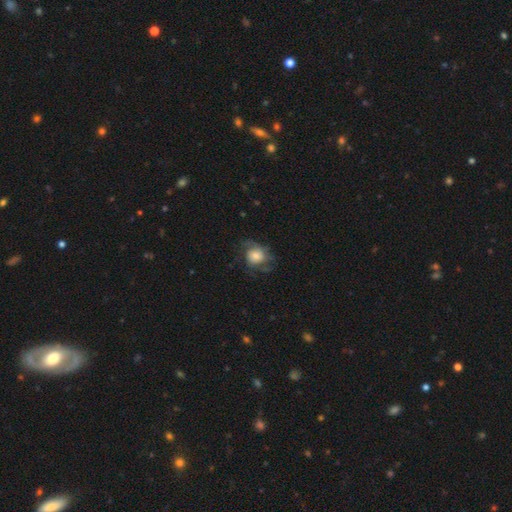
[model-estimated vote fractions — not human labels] Smooth or featured?
  - smooth: 48% *
  - featured or disk: 43%
  - star or artifact: 9%
Merging?
  - none: 54% *
  - minor disturbance: 23%
  - major disturbance: 22%
  - merger: 1%